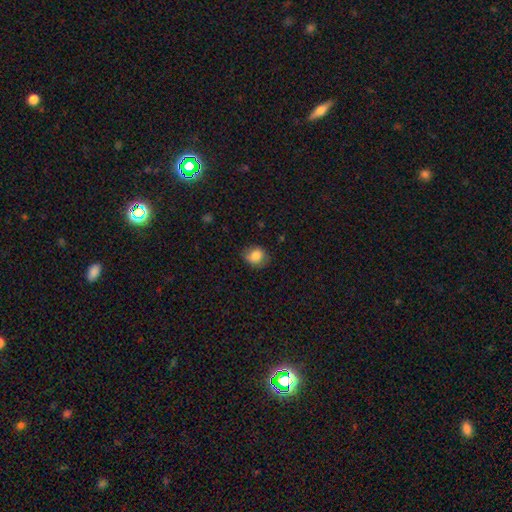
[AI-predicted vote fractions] Morphology: type=smooth (84%); roundness=round (60%); merging=none (76%).